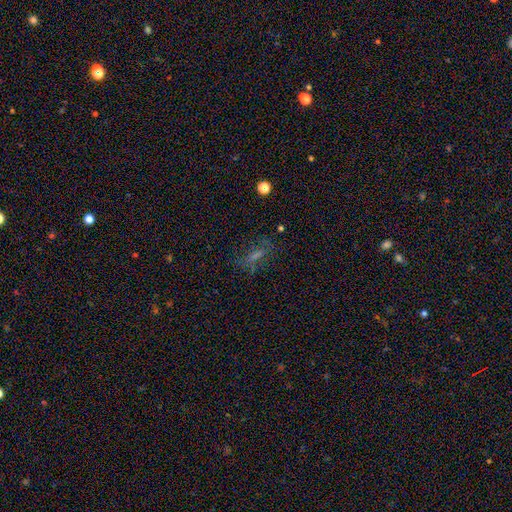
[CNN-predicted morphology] smooth_or_featured: smooth (p=0.41) [alt: star or artifact p=0.31]
merging: none (p=0.67) [alt: minor disturbance p=0.17]